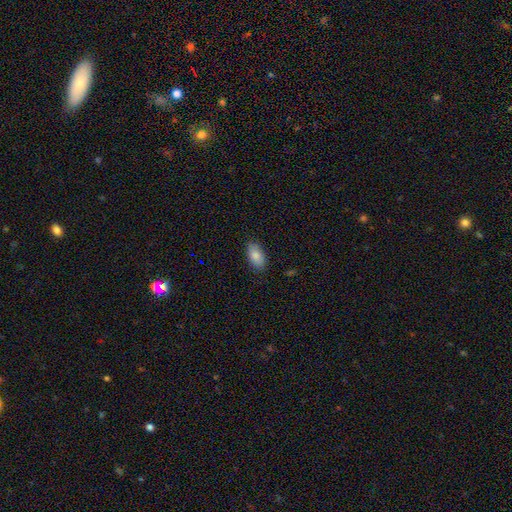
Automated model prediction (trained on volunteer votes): A smooth galaxy with no disk features (85%) that is in between round and cigar-shaped (93%). Merging: none (85%).